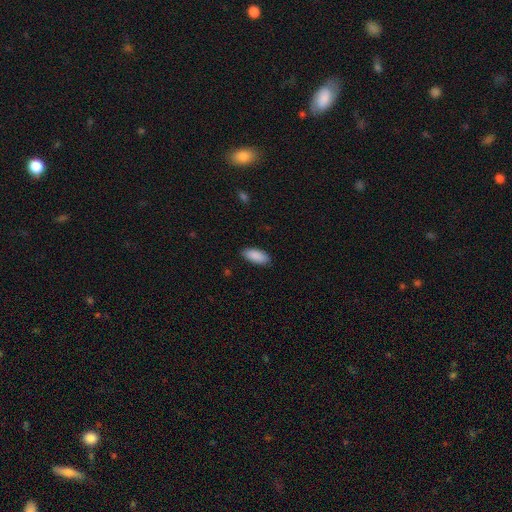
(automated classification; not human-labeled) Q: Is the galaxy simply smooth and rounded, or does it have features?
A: smooth — 91%.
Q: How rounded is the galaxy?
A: in between — 89%.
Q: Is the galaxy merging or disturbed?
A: none — 86%.